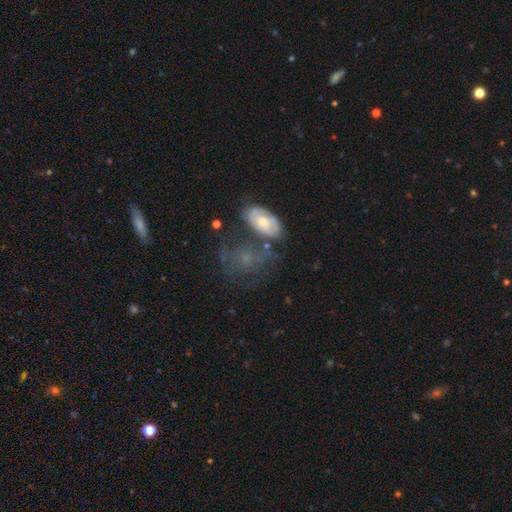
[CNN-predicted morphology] Q: Smooth or featured?
A: featured or disk (45%); runner-up: smooth (40%)
Q: Merging?
A: none (39%); runner-up: merger (25%)